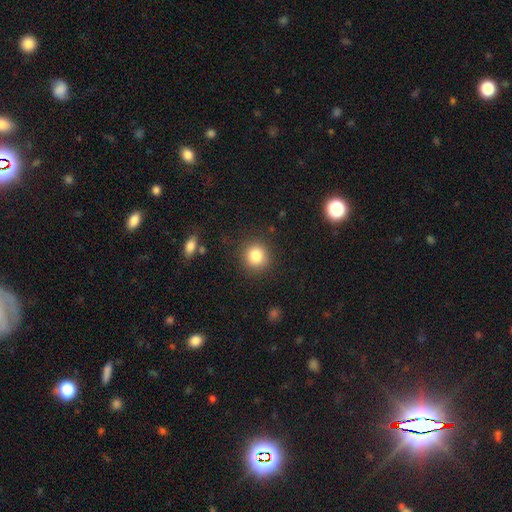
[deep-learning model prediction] Smooth or featured? Predicted: smooth (p=0.83). How rounded? Predicted: round (p=0.90). Merging? Predicted: none (p=0.88).